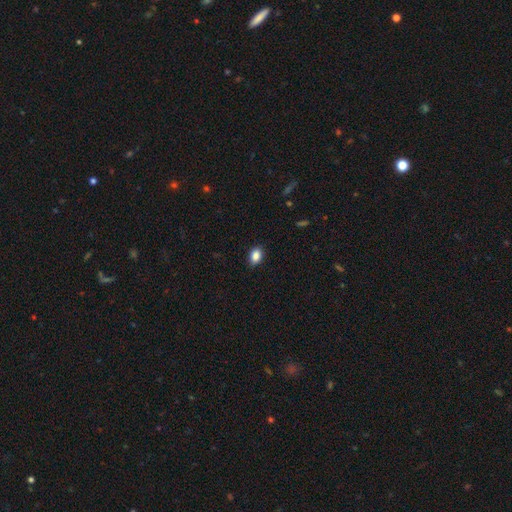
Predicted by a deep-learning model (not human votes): A smooth galaxy with no disk features (88%) that is in between round and cigar-shaped (76%).

Vote fractions:
- Smooth or featured? smooth: 88% / star or artifact: 9% / featured or disk: 4%
- How rounded? in between: 76% / round: 23% / cigar-shaped: 1%
- Merging? none: 88% / minor disturbance: 9% / major disturbance: 2% / merger: 1%